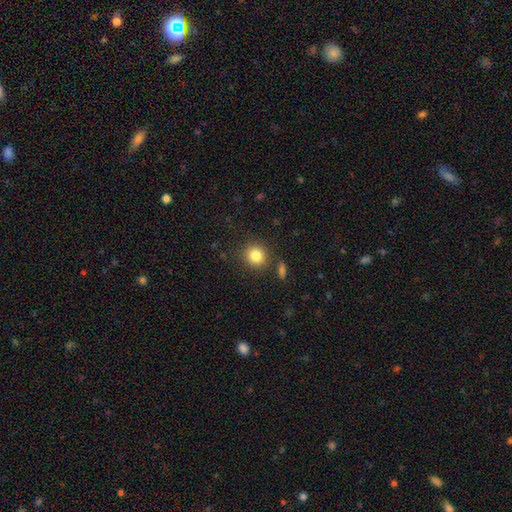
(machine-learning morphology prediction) Smooth or featured: smooth — 84% (star or artifact — 11%)
How rounded: round — 88% (in between — 12%)
Merging: none — 84% (minor disturbance — 8%)